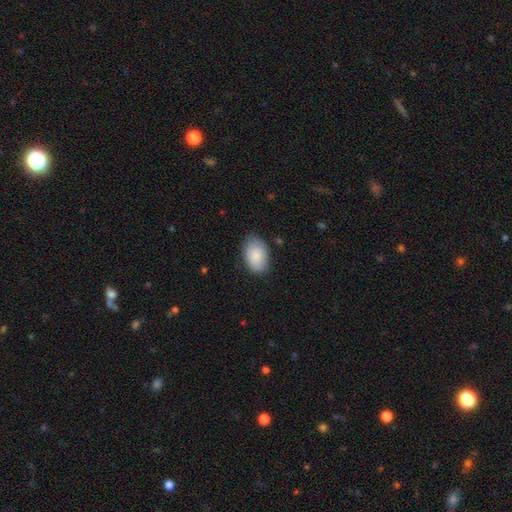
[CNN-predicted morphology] The model was most divided on "merging": none: 76%, minor disturbance: 19%, major disturbance: 4%, merger: 1%. More confident: how rounded — in between (91%); smooth or featured — smooth (82%).